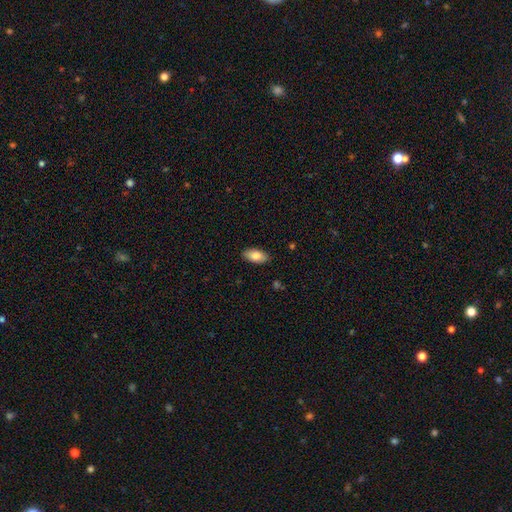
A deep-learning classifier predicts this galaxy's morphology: smooth-or-featured: smooth: 81% | featured or disk: 12% | star or artifact: 7%
  how-rounded: in between: 93% | cigar-shaped: 4% | round: 3%
  merging: none: 88% | minor disturbance: 9% | major disturbance: 2% | merger: 1%